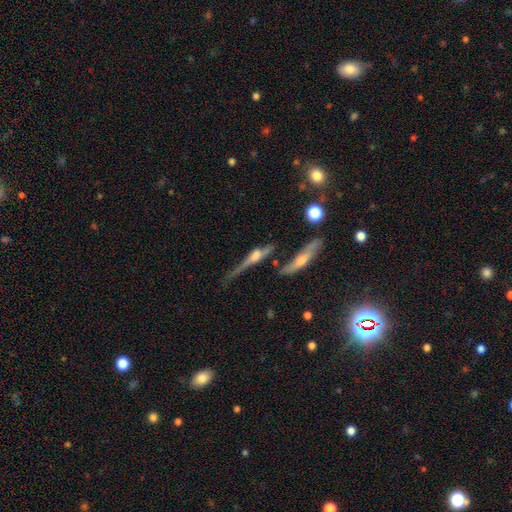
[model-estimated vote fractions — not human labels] Smooth or featured: featured or disk — 70% (smooth — 21%)
Edge-on disk: yes — 90% (no — 10%)
Edge-on bulge: rounded — 80% (boxy — 12%)
Merging: none — 48% (minor disturbance — 23%)